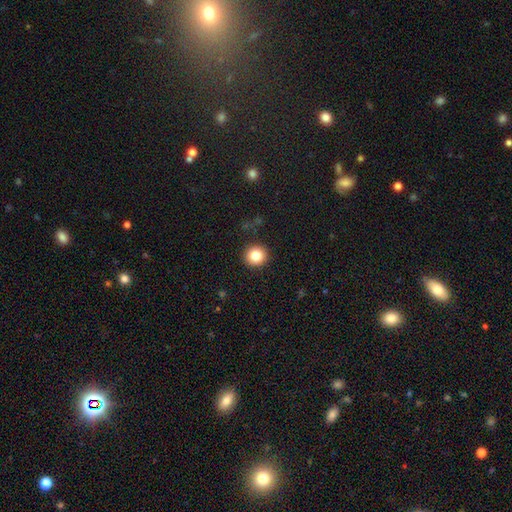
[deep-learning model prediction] This is clearly a smooth galaxy (84%). How rounded: clearly round (93%). Merging: clearly none (91%).